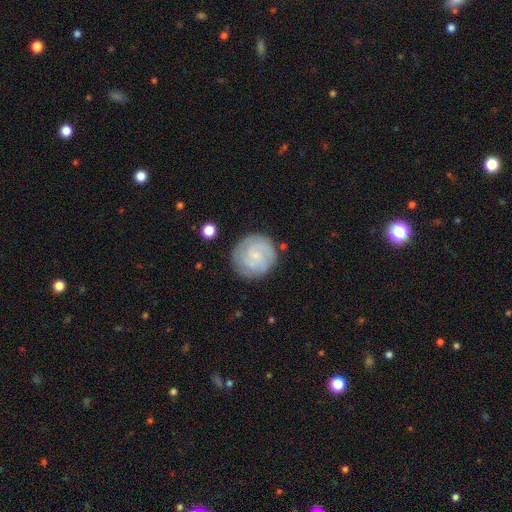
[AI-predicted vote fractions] Smooth or featured: featured or disk — 66% (smooth — 28%)
Edge-on disk: no — 98% (yes — 2%)
Bar: no — 57% (weak — 38%)
Spiral arms: yes — 92% (no — 8%)
Spiral winding: tight — 59% (medium — 32%)
Spiral arm count: 2 — 36% (can't tell — 26%)
Bulge size: small — 70% (moderate — 14%)
Merging: none — 82% (minor disturbance — 12%)